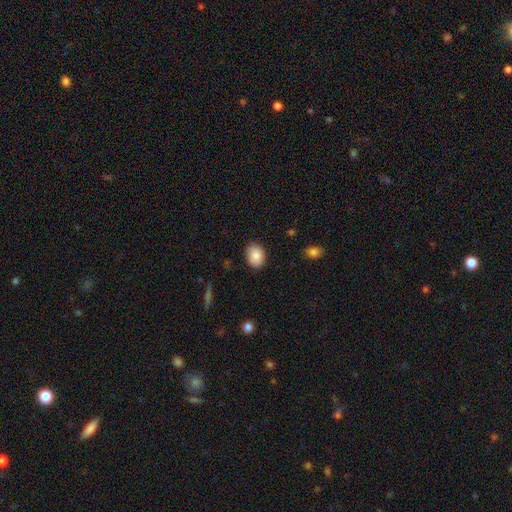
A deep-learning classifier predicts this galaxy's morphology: smooth 87%, star or artifact 7%, featured or disk 6%. Down the decision tree: how rounded — in between (66%); merging — none (84%).